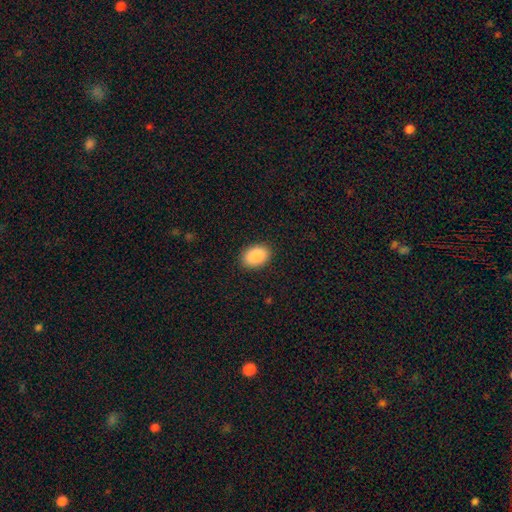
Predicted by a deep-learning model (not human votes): This appears to be a smooth galaxy with no disk features (90%) that is in between round and cigar-shaped (86%). Merging: none (90%).